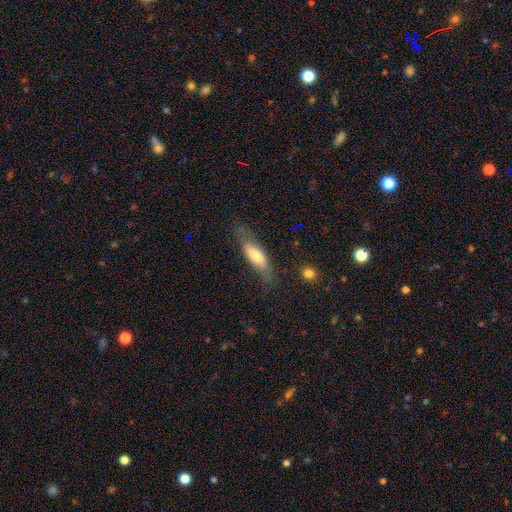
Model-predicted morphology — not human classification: Smooth or featured? Predicted: smooth (p=0.63). How rounded? Predicted: in between (p=0.55). Merging? Predicted: none (p=0.62).